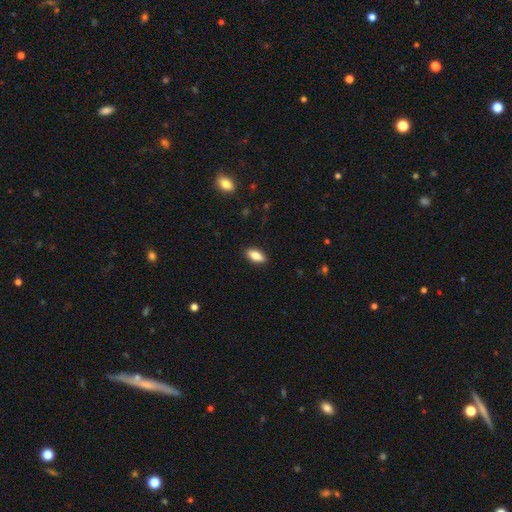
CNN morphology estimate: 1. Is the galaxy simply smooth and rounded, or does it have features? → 80% smooth, 13% featured or disk, 7% star or artifact.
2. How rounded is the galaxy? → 85% in between, 12% cigar-shaped, 3% round.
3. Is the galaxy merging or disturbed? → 89% none, 9% minor disturbance, 2% major disturbance, 1% merger.